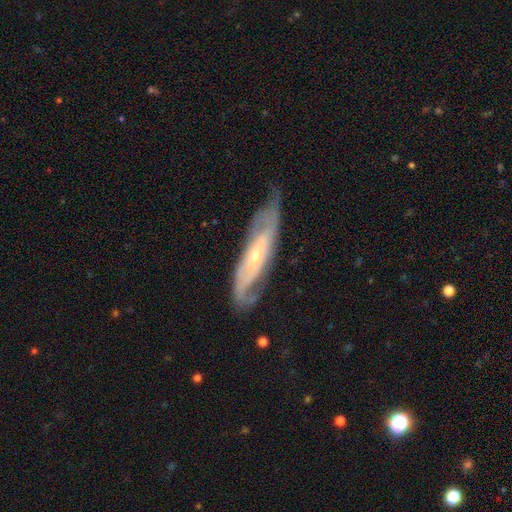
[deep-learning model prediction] smooth-or-featured: featured or disk: 78% | smooth: 16% | star or artifact: 6%
  disk-edge-on: no: 72% | yes: 28%
    bar: no: 58% | weak: 26% | strong: 15%
    has-spiral-arms: yes: 86% | no: 14%
    bulge-size: small: 70% | moderate: 27% | large: 1% | none: 1% | dominant: 1%
  merging: none: 62% | minor disturbance: 25% | major disturbance: 11% | merger: 2%